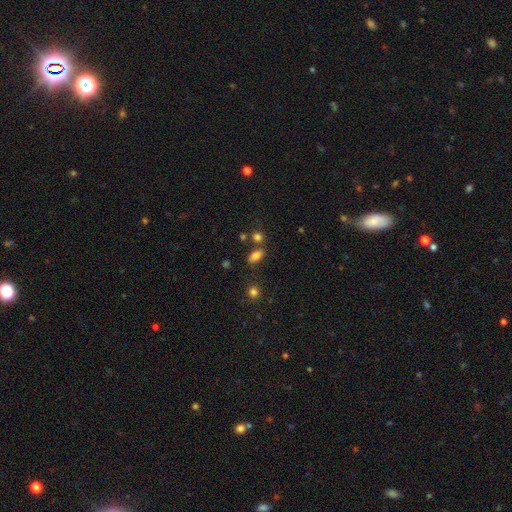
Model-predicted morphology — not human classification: Q: Smooth or featured?
A: smooth (81%); runner-up: star or artifact (12%)
Q: How rounded?
A: in between (85%); runner-up: round (9%)
Q: Merging?
A: none (69%); runner-up: minor disturbance (14%)